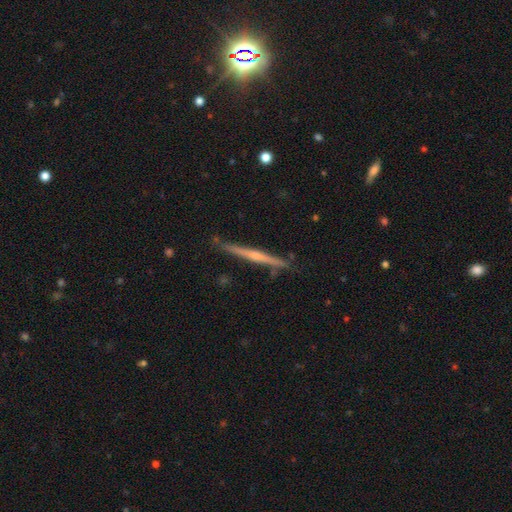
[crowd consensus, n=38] Morphology: type=featured or disk (63%); edge-on=yes (100%); edge-on bulge=rounded (75%); merging=none (91%).